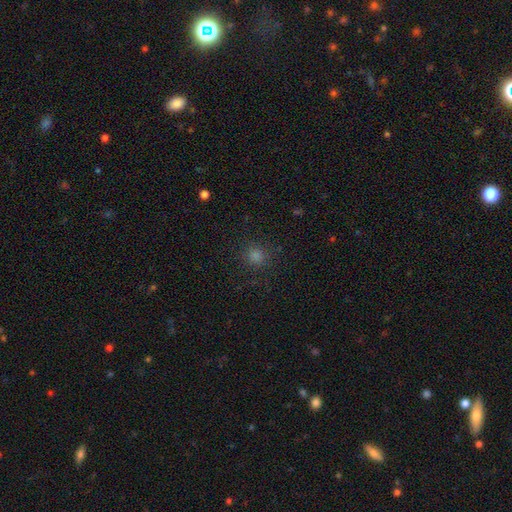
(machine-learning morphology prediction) smooth_or_featured: smooth (p=0.72) [alt: star or artifact p=0.23]
how_rounded: round (p=0.92) [alt: in between p=0.07]
merging: none (p=0.88) [alt: minor disturbance p=0.07]